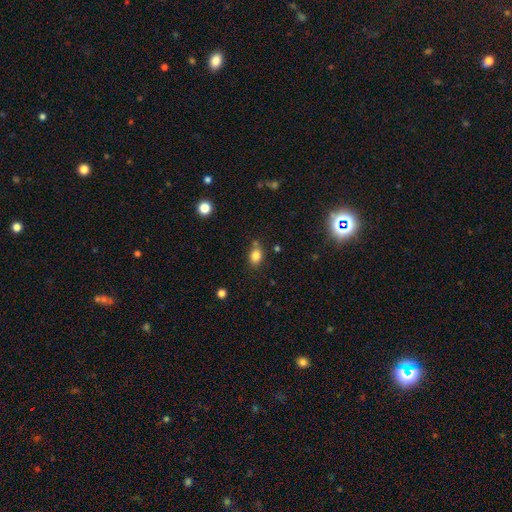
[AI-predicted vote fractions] Smooth or featured? smooth (82%)
How rounded? in between (67%)
Merging? none (72%)